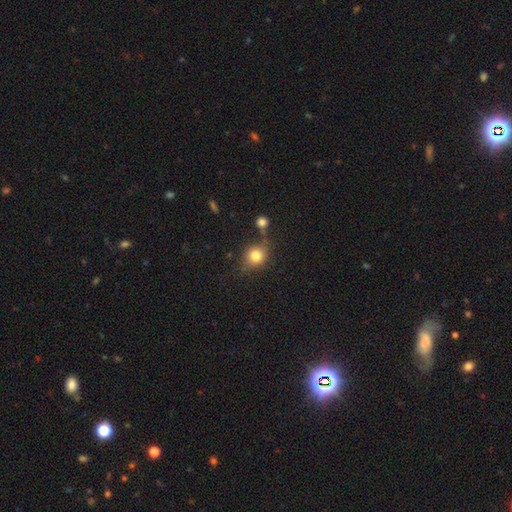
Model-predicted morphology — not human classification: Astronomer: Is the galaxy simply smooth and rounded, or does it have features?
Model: smooth — 79%.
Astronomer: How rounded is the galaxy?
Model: round — 72%.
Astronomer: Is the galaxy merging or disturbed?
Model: none — 67%.